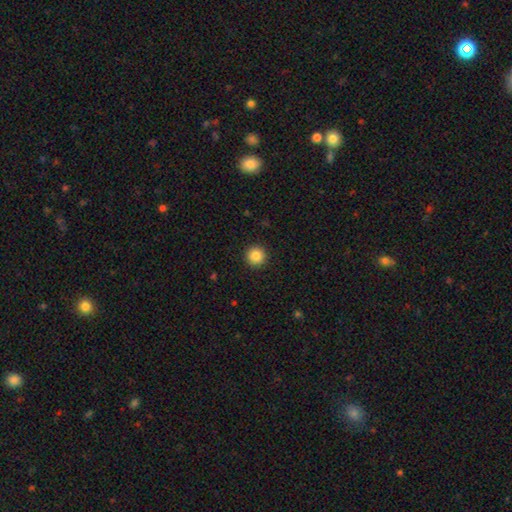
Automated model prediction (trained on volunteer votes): Q: Smooth or featured?
A: smooth (86%); runner-up: star or artifact (10%)
Q: How rounded?
A: round (96%); runner-up: in between (3%)
Q: Merging?
A: none (93%); runner-up: minor disturbance (5%)